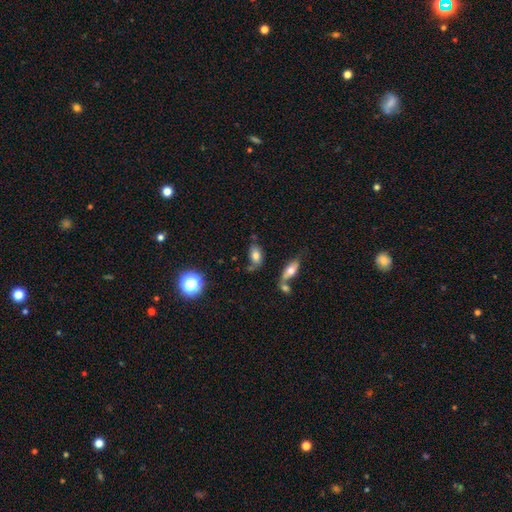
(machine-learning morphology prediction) A smooth galaxy with no disk features (75%) that is in between round and cigar-shaped (87%).

Vote fractions:
- Smooth or featured? smooth: 75% / featured or disk: 14% / star or artifact: 11%
- How rounded? in between: 87% / round: 9% / cigar-shaped: 3%
- Merging? none: 63% / minor disturbance: 18% / merger: 13% / major disturbance: 6%